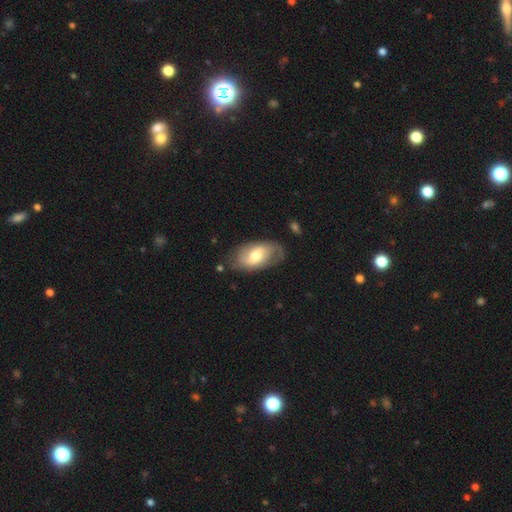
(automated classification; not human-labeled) featured or disk 51%, smooth 44%, star or artifact 6%. Down the decision tree: edge-on disk — no (93%); merging — none (66%).